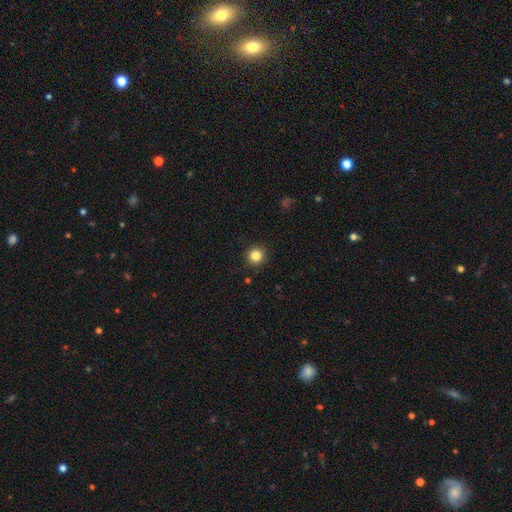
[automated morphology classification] Q: Smooth or featured?
A: smooth (84%); runner-up: star or artifact (12%)
Q: How rounded?
A: round (94%); runner-up: in between (5%)
Q: Merging?
A: none (91%); runner-up: minor disturbance (6%)